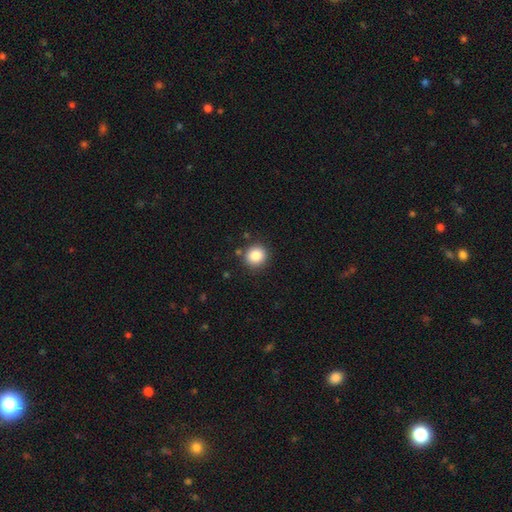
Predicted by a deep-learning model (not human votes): The model was most divided on "smooth or featured": smooth: 85%, star or artifact: 10%, featured or disk: 5%. More confident: how rounded — round (90%); merging — none (88%).